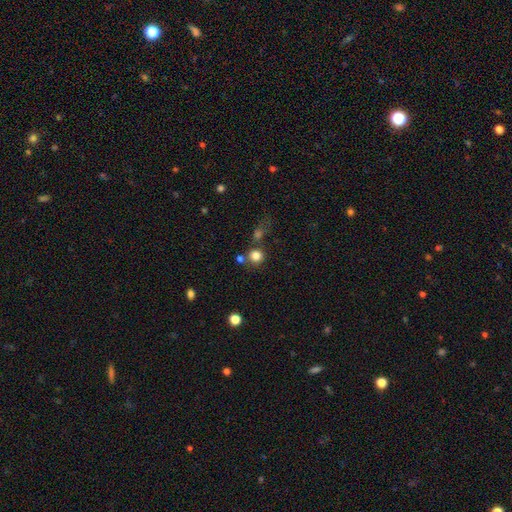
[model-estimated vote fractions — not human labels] smooth 80%, star or artifact 13%, featured or disk 7%. Down the decision tree: how rounded — round (90%); merging — none (66%).